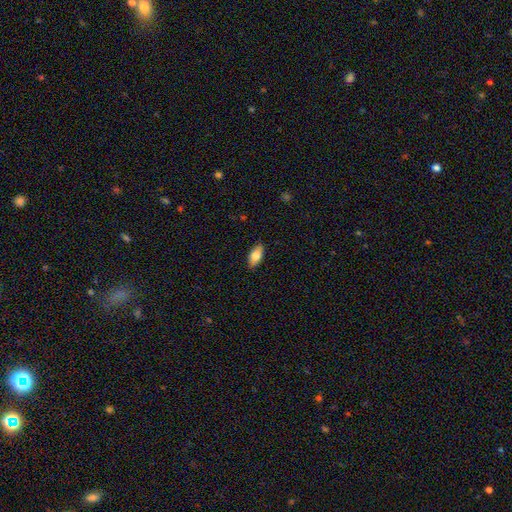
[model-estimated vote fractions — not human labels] smooth 80%, featured or disk 14%, star or artifact 6%. Down the decision tree: how rounded — in between (88%); merging — none (88%).